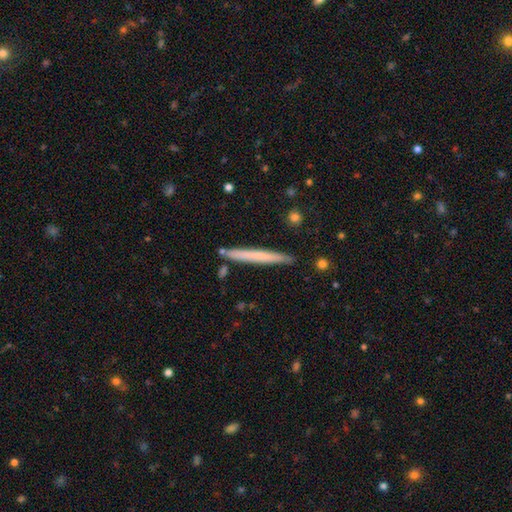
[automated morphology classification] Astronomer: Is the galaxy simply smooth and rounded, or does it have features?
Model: smooth — 60%.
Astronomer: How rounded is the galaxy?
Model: cigar-shaped — 97%.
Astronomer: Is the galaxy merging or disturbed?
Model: none — 88%.